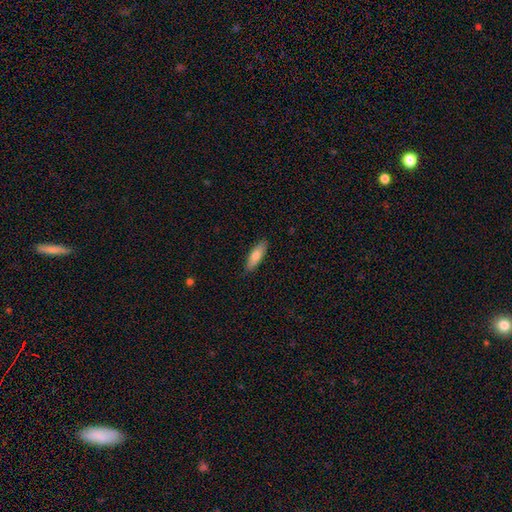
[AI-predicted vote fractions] This is likely a smooth galaxy (73%). How rounded: possibly in between (52%). Merging: clearly none (88%).